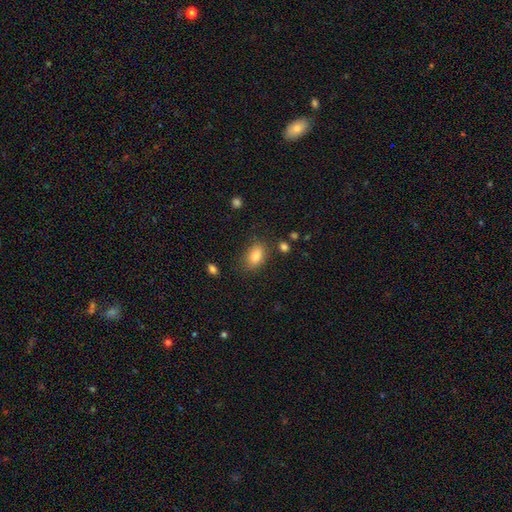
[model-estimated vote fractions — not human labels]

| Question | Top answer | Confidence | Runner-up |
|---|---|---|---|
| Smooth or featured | smooth | 84% | star or artifact (8%) |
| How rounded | in between | 87% | round (10%) |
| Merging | none | 80% | minor disturbance (13%) |